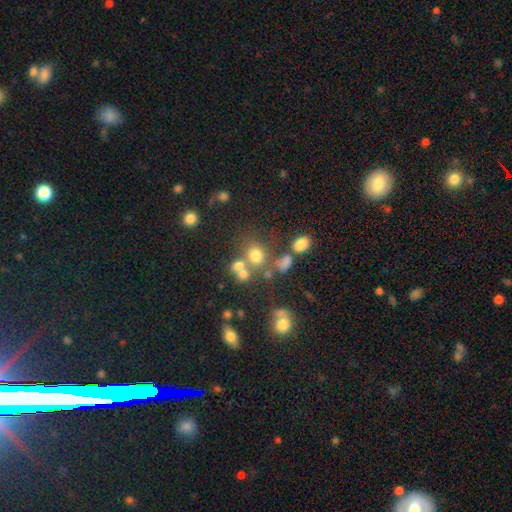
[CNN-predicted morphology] smooth_or_featured: smooth (p=0.66) [alt: star or artifact p=0.20]
how_rounded: round (p=0.71) [alt: in between p=0.28]
merging: none (p=0.50) [alt: merger p=0.30]